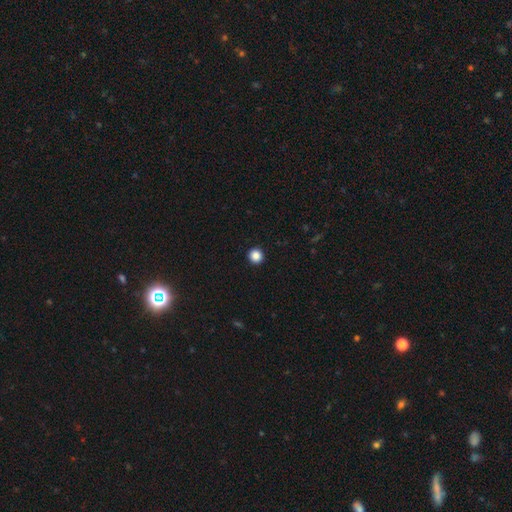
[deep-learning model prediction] Morphology: type=smooth (87%); roundness=round (96%); merging=none (94%).